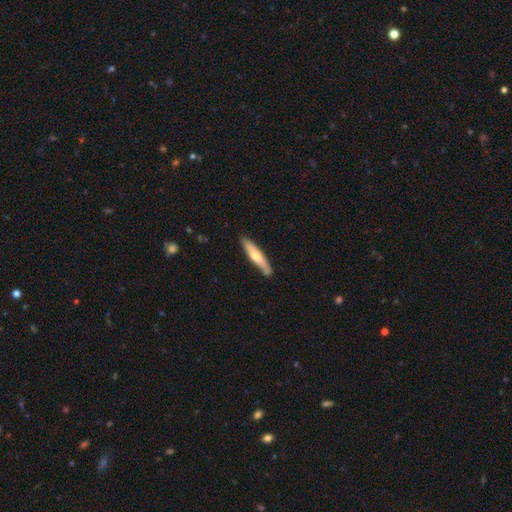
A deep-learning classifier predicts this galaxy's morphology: Overall: smooth (57%; featured or disk 38%). How rounded: cigar-shaped (84%). Merging: none (80%).